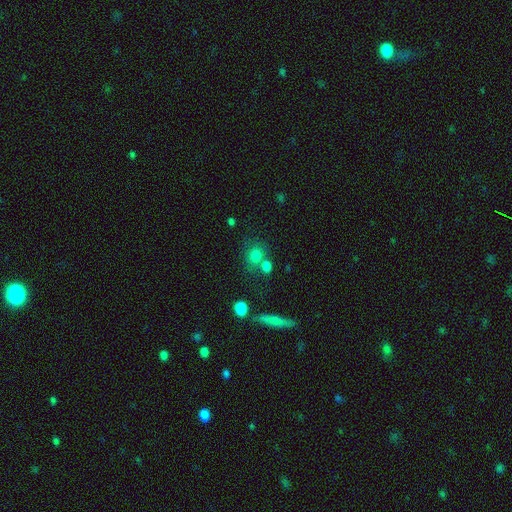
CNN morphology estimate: This is likely a smooth galaxy (77%). How rounded: likely round (69%). Merging: possibly none (54%).